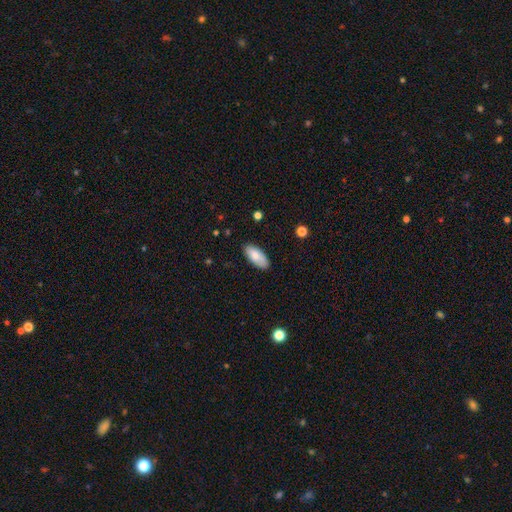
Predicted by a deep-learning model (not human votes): This is clearly a smooth galaxy (82%). How rounded: clearly in between (90%). Merging: clearly none (84%).